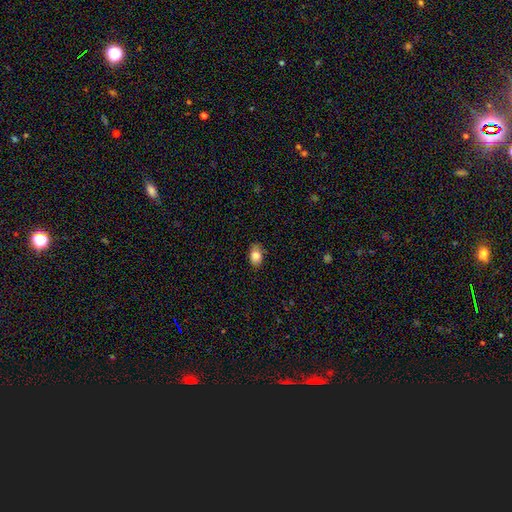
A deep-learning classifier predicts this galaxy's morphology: type=smooth (83%); roundness=in between (87%); merging=none (83%).